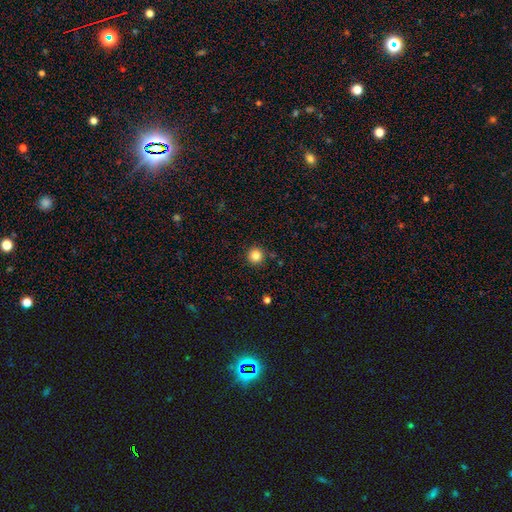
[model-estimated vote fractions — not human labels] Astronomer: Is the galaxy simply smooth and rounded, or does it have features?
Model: smooth — 83%.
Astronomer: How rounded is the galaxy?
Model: round — 96%.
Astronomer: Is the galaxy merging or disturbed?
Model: none — 91%.